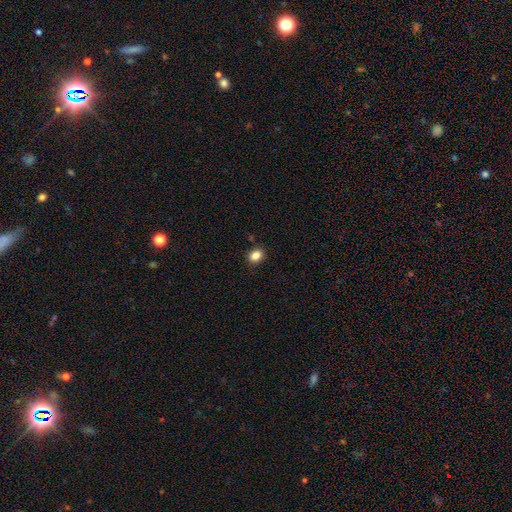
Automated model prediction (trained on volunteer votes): Smooth or featured? Predicted: smooth (p=0.85). How rounded? Predicted: in between (p=0.52). Merging? Predicted: none (p=0.87).